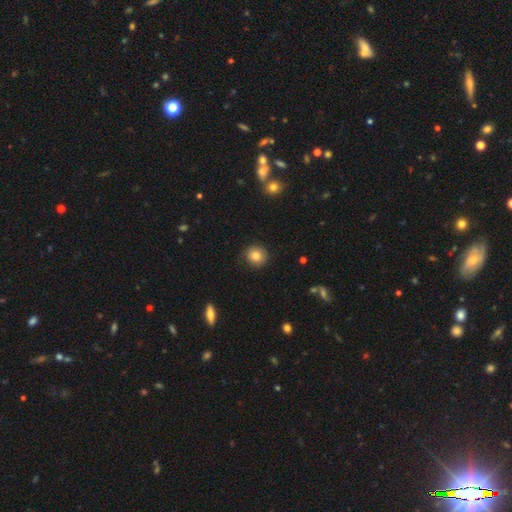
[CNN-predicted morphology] smooth_or_featured: smooth (p=0.82) [alt: star or artifact p=0.10]
how_rounded: round (p=0.90) [alt: in between p=0.09]
merging: none (p=0.87) [alt: minor disturbance p=0.10]